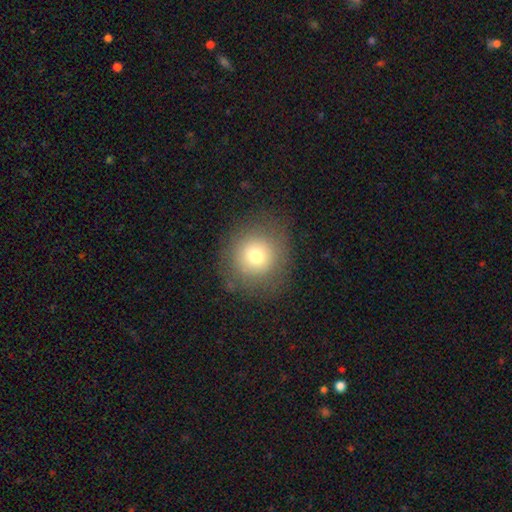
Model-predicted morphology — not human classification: smooth 72%, featured or disk 14%, star or artifact 14%. Down the decision tree: how rounded — round (91%); merging — none (84%).